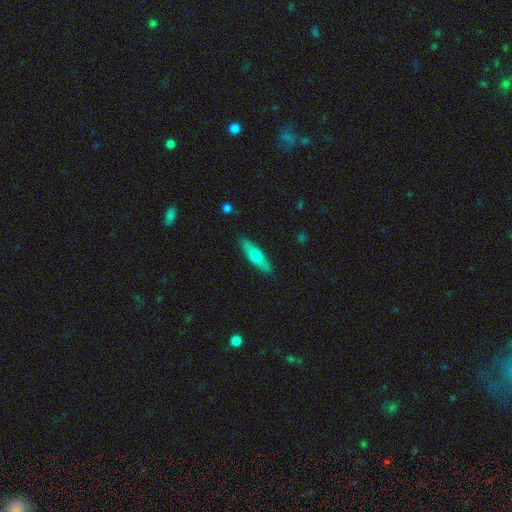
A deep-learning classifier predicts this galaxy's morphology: type=smooth (55%); roundness=cigar-shaped (66%); merging=none (89%).